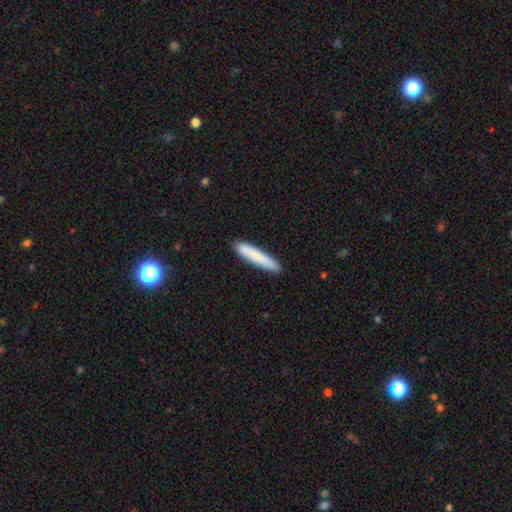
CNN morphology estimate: Smooth or featured?
  - smooth: 82% *
  - featured or disk: 12%
  - star or artifact: 6%
How rounded?
  - cigar-shaped: 93% *
  - in between: 6%
  - round: 1%
Merging?
  - none: 89% *
  - minor disturbance: 8%
  - major disturbance: 1%
  - merger: 1%